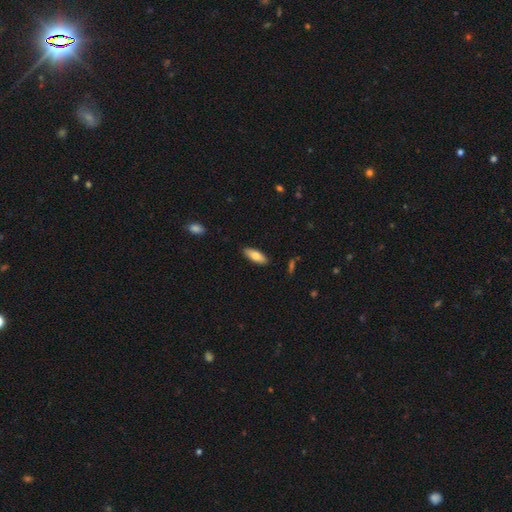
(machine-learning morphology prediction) The model was most divided on "how rounded": in between: 68%, cigar-shaped: 30%, round: 2%. More confident: merging — none (88%); smooth or featured — smooth (76%).